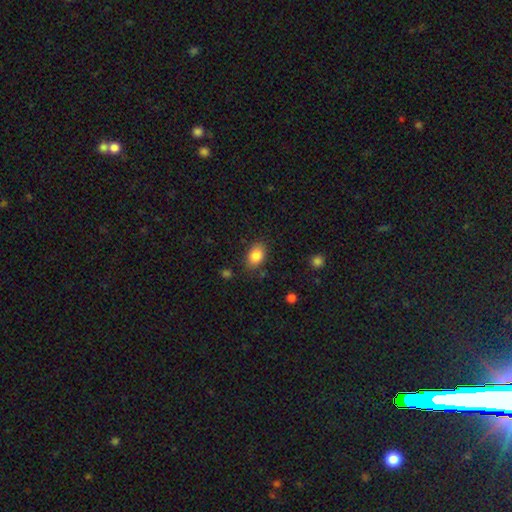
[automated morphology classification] A smooth galaxy with no disk features (85%) that is in between round and cigar-shaped (82%). Merging: none (82%).